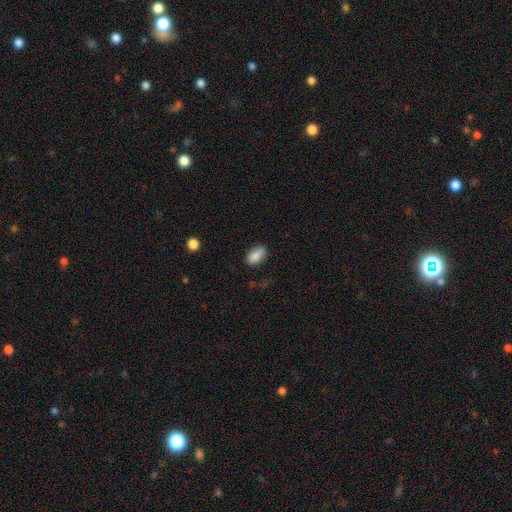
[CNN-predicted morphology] A smooth galaxy with no disk features (86%) that is in between round and cigar-shaped (92%). Merging: none (77%).